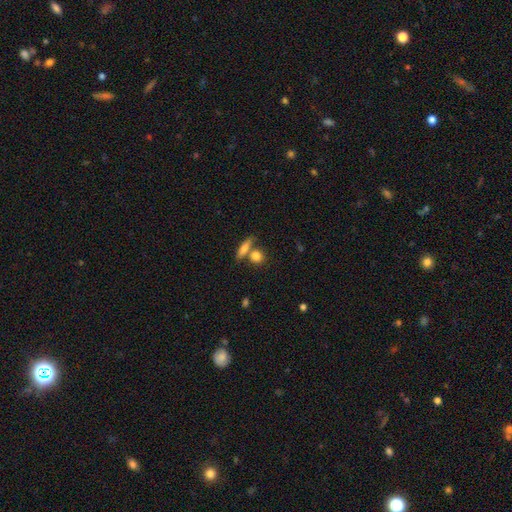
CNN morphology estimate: Smooth or featured? Predicted: smooth (p=0.82). How rounded? Predicted: round (p=0.63). Merging? Predicted: none (p=0.60).